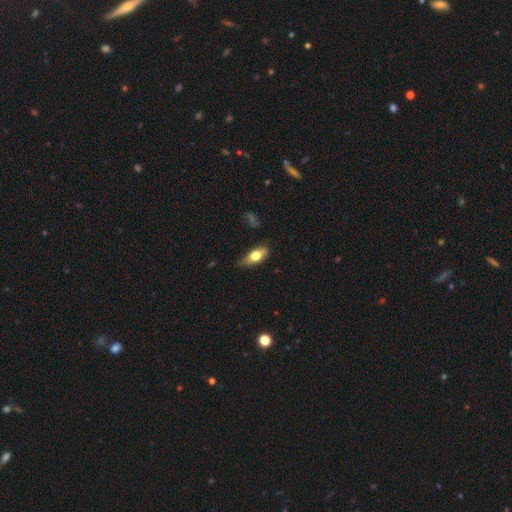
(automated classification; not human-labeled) smooth_or_featured: smooth (p=0.71) [alt: featured or disk p=0.23]
how_rounded: in between (p=0.77) [alt: cigar-shaped p=0.20]
merging: none (p=0.75) [alt: minor disturbance p=0.20]